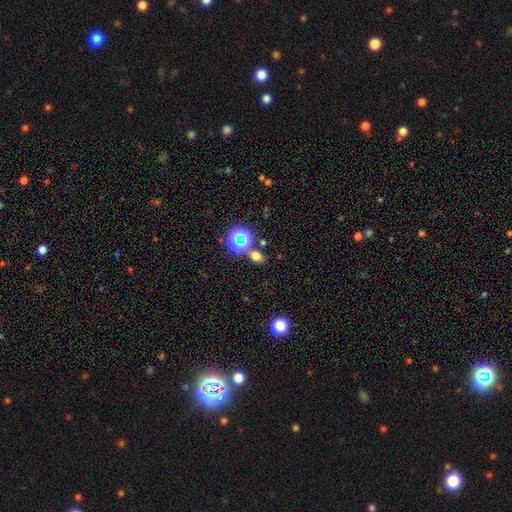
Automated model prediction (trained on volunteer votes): This is likely a smooth galaxy (63%). How rounded: possibly round (51%). Merging: likely none (73%).